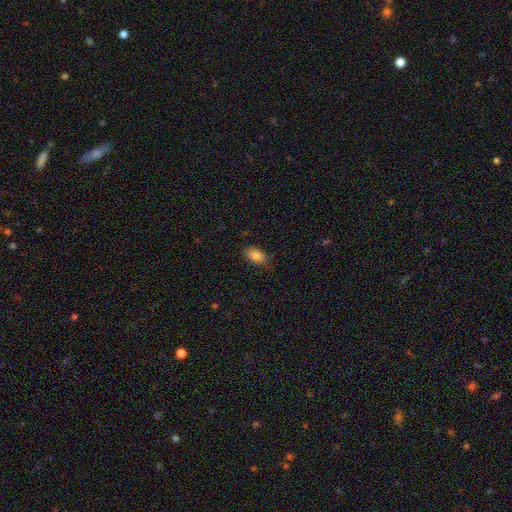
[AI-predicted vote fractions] Q: Smooth or featured?
A: smooth (84%); runner-up: featured or disk (8%)
Q: How rounded?
A: in between (91%); runner-up: round (6%)
Q: Merging?
A: none (80%); runner-up: minor disturbance (16%)